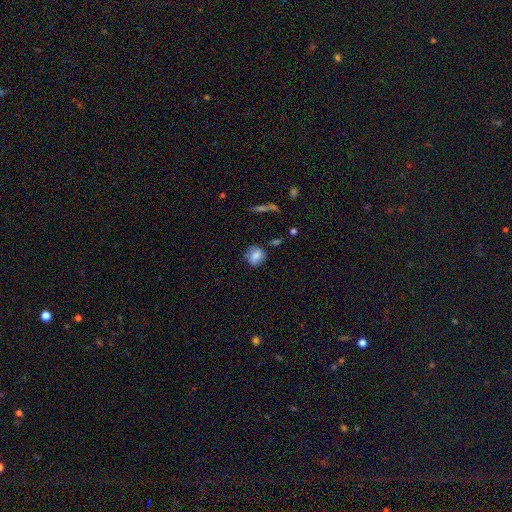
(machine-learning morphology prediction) smooth-or-featured: smooth: 78% | featured or disk: 13% | star or artifact: 9%
  how-rounded: round: 67% | in between: 32% | cigar-shaped: 2%
  merging: none: 69% | minor disturbance: 21% | major disturbance: 6% | merger: 4%